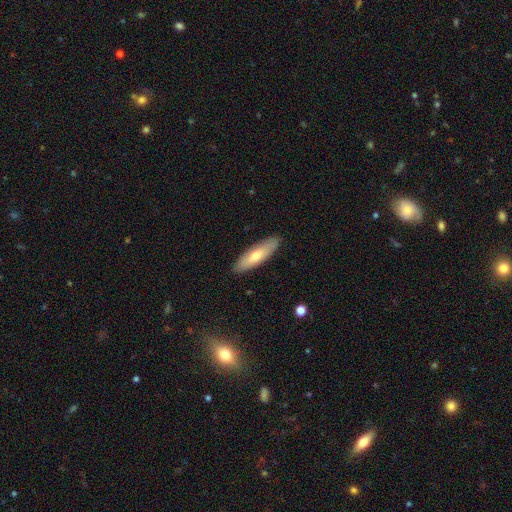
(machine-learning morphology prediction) type=smooth (64%); roundness=cigar-shaped (56%); merging=none (88%).